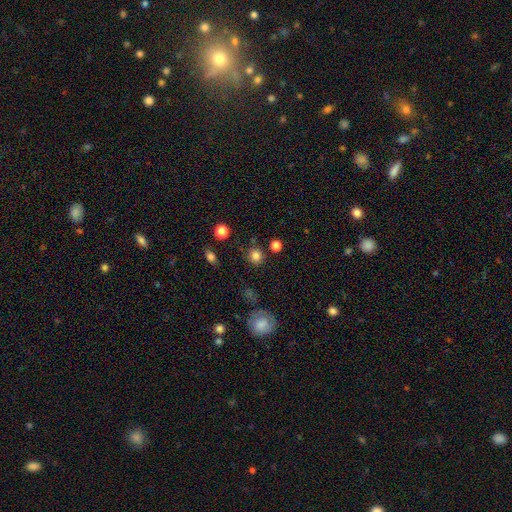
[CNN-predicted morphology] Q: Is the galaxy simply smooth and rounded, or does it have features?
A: smooth — 82%.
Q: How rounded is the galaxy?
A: round — 88%.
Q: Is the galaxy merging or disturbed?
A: none — 83%.